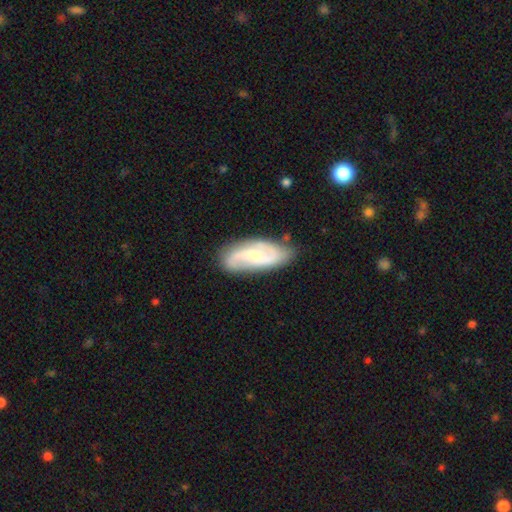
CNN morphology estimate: Smooth or featured?
  - featured or disk: 74% *
  - smooth: 20%
  - star or artifact: 6%
Edge-on disk?
  - no: 94% *
  - yes: 6%
Bar?
  - weak: 45% *
  - no: 39%
  - strong: 16%
Spiral arms?
  - yes: 94% *
  - no: 6%
Spiral winding?
  - medium: 44% *
  - loose: 36%
  - tight: 20%
Spiral arm count?
  - 2: 78% *
  - can't tell: 9%
  - 3: 7%
  - 1: 3%
  - 4: 2%
  - more than 4: 1%
Bulge size?
  - small: 48% *
  - moderate: 30%
  - none: 16%
  - large: 5%
  - dominant: 1%
Merging?
  - none: 75% *
  - minor disturbance: 18%
  - major disturbance: 5%
  - merger: 2%